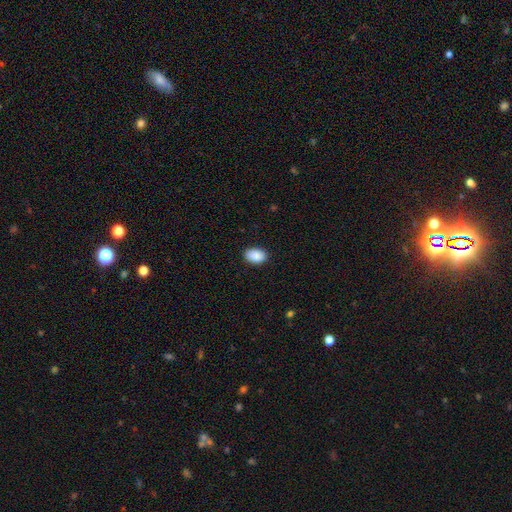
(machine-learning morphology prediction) Smooth or featured: smooth — 90% (star or artifact — 7%)
How rounded: in between — 84% (round — 15%)
Merging: none — 90% (minor disturbance — 8%)